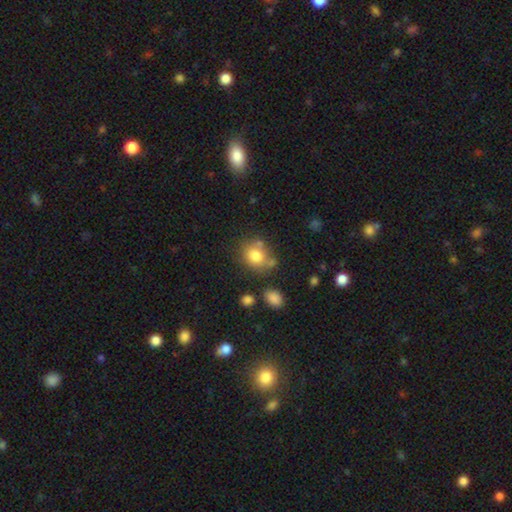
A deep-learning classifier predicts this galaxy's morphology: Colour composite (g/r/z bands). It shows a smooth galaxy with no disk features (78%) that is round (68%). Merging: none (57%).